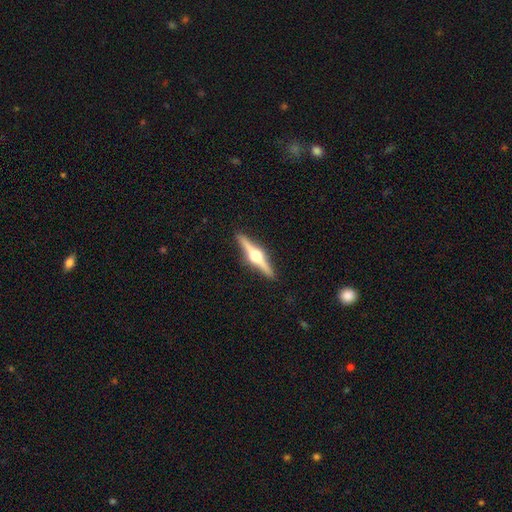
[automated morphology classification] smooth_or_featured: featured or disk (p=0.82) [alt: smooth p=0.13]
disk_edge_on: yes (p=0.98) [alt: no p=0.02]
edge_on_bulge: rounded (p=0.97) [alt: boxy p=0.02]
merging: none (p=0.92) [alt: minor disturbance p=0.06]